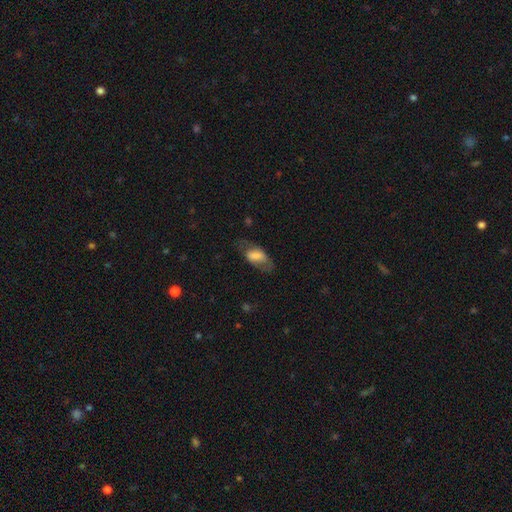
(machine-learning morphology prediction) smooth_or_featured: smooth (p=0.60) [alt: featured or disk p=0.33]
how_rounded: in between (p=0.88) [alt: cigar-shaped p=0.07]
merging: none (p=0.60) [alt: minor disturbance p=0.21]